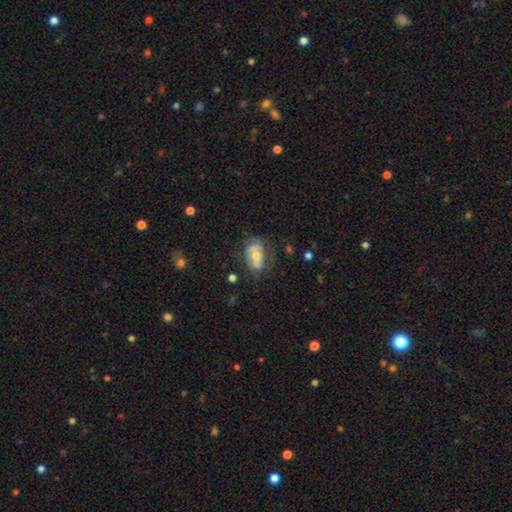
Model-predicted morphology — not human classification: Smooth or featured?
  - featured or disk: 50% *
  - smooth: 42%
  - star or artifact: 9%
Merging?
  - none: 52% *
  - minor disturbance: 27%
  - major disturbance: 17%
  - merger: 4%